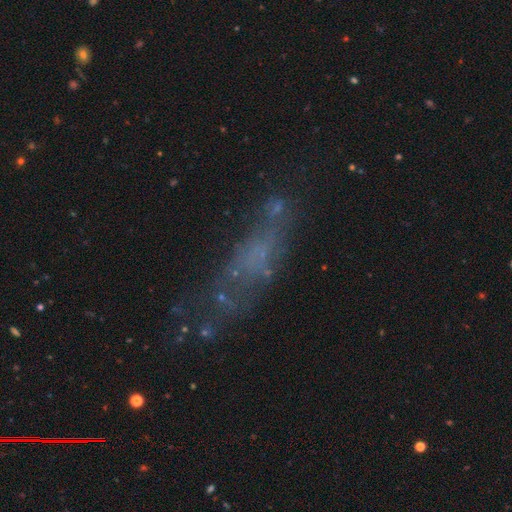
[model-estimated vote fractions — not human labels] Smooth or featured: featured or disk — 40% (smooth — 33%)
Merging: none — 46% (major disturbance — 24%)